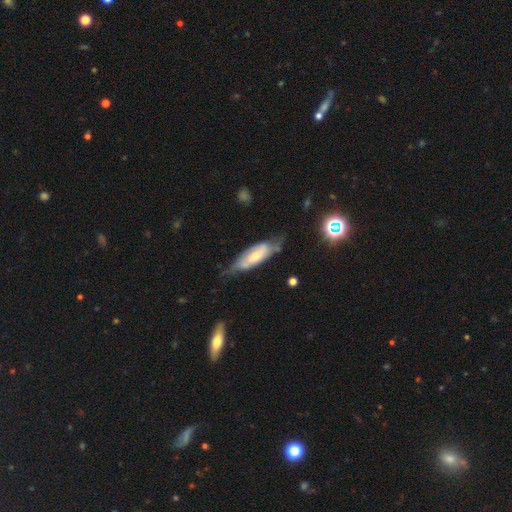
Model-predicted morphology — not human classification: Smooth or featured: featured or disk — 57% (smooth — 37%)
Edge-on disk: no — 74% (yes — 26%)
Merging: none — 50% (minor disturbance — 33%)